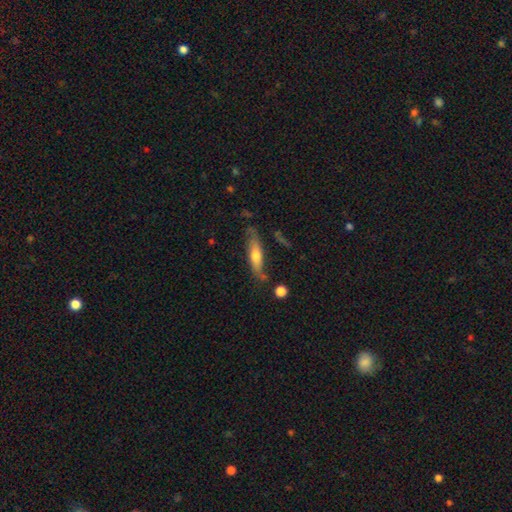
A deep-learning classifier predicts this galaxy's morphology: This is possibly a smooth galaxy (53%). How rounded: likely cigar-shaped (69%). Merging: likely none (65%).